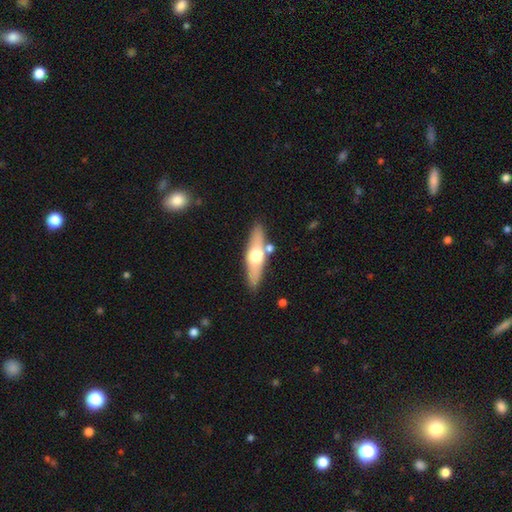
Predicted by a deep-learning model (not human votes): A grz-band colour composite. It shows a featured or disk galaxy (50%) viewed edge-on (87%). Merging: none (81%).